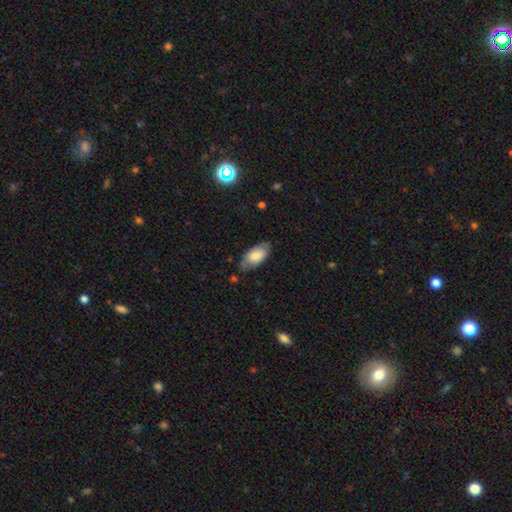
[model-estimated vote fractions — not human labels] smooth_or_featured: smooth (p=0.72) [alt: featured or disk p=0.22]
how_rounded: in between (p=0.92) [alt: cigar-shaped p=0.05]
merging: none (p=0.71) [alt: minor disturbance p=0.23]